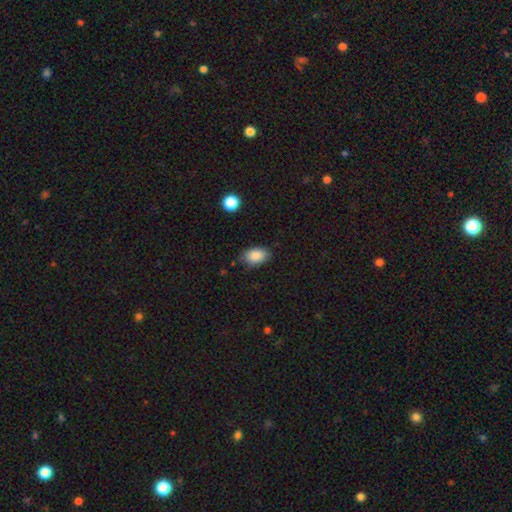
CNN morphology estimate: Smooth or featured? smooth (87%)
How rounded? in between (89%)
Merging? none (80%)